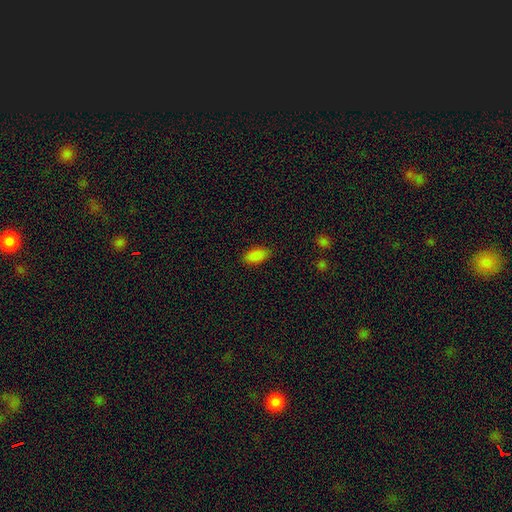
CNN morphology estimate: type=smooth (88%); roundness=in between (92%); merging=none (86%).